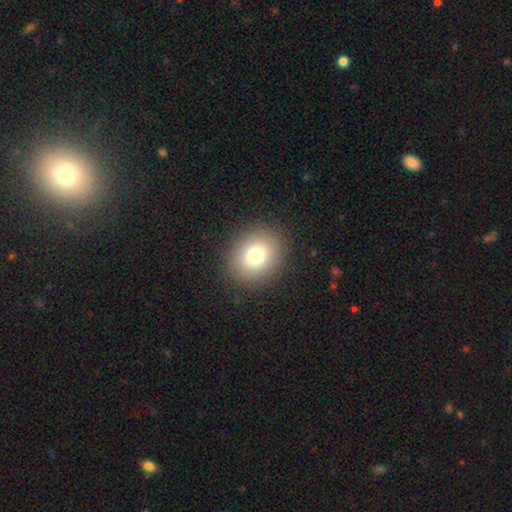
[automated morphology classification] Smooth or featured: smooth — 77% (star or artifact — 13%)
How rounded: round — 69% (in between — 30%)
Merging: none — 89% (minor disturbance — 7%)